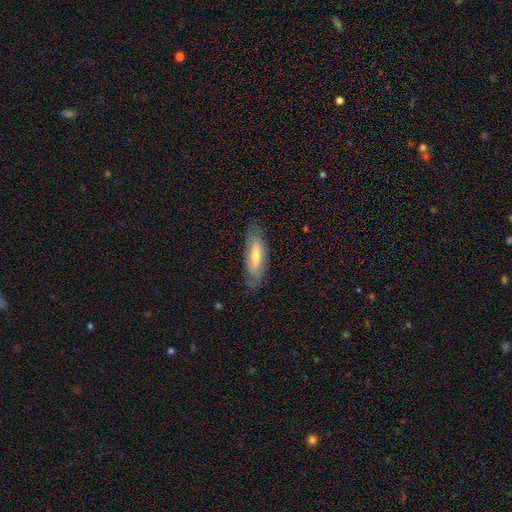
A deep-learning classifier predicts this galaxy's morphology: smooth_or_featured: smooth (p=0.51) [alt: featured or disk p=0.43]
how_rounded: cigar-shaped (p=0.49) [tied with: in between p=0.49]
merging: none (p=0.79) [alt: minor disturbance p=0.16]